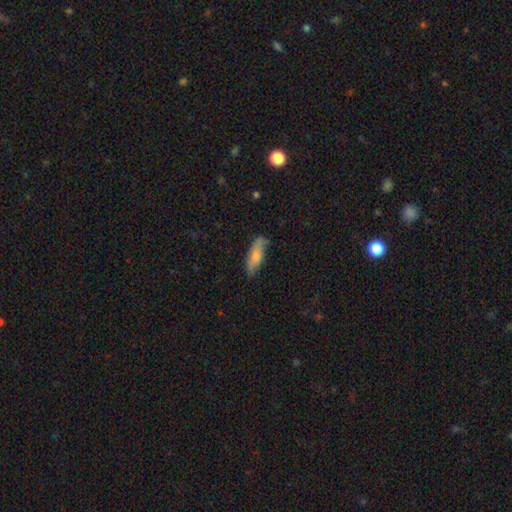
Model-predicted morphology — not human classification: smooth-or-featured: smooth: 74% | featured or disk: 20% | star or artifact: 6%
  how-rounded: in between: 51% | cigar-shaped: 47% | round: 2%
  merging: none: 75% | minor disturbance: 20% | major disturbance: 4% | merger: 2%